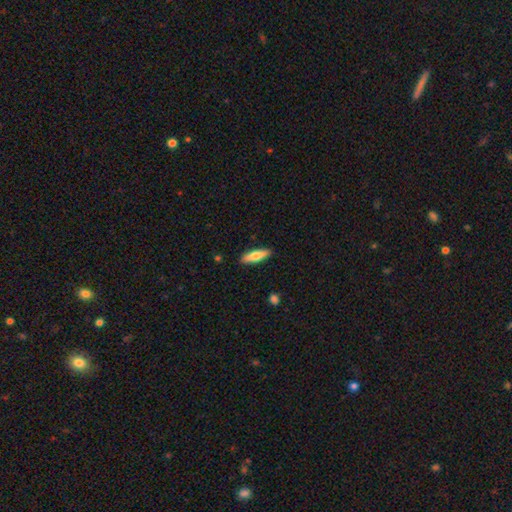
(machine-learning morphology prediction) Smooth or featured? smooth (68%)
How rounded? cigar-shaped (64%)
Merging? none (89%)